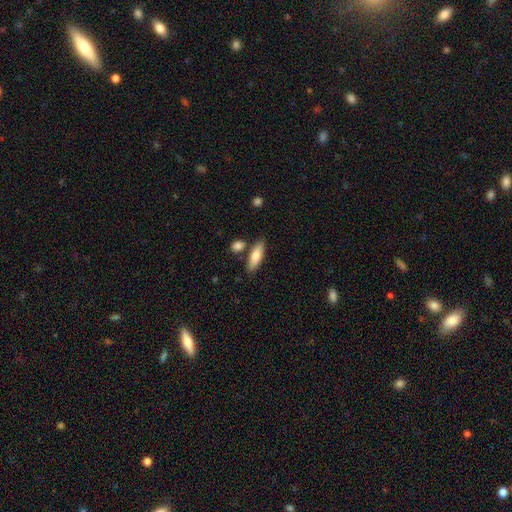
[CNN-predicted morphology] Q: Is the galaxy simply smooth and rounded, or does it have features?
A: smooth — 81%.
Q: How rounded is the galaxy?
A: in between — 55%.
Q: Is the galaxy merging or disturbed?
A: none — 75%.